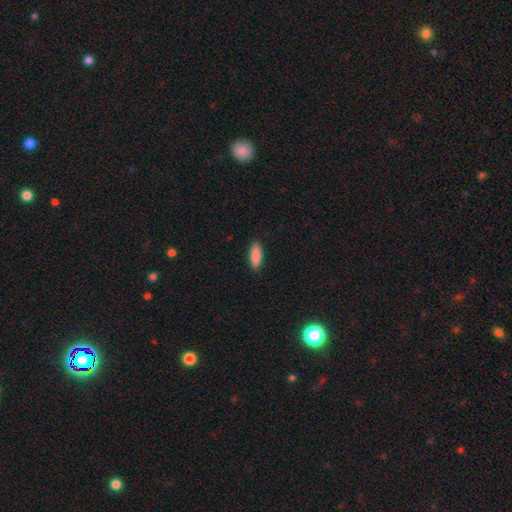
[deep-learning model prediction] This appears to be a smooth galaxy with no disk features (90%) that is in between round and cigar-shaped (66%). Merging: none (89%).